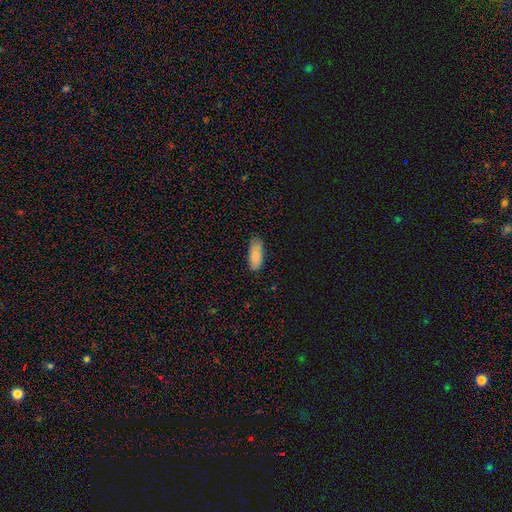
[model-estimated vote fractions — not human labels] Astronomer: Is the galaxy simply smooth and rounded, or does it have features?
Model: smooth — 85%.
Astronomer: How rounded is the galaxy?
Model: in between — 79%.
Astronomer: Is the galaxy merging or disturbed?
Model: none — 81%.